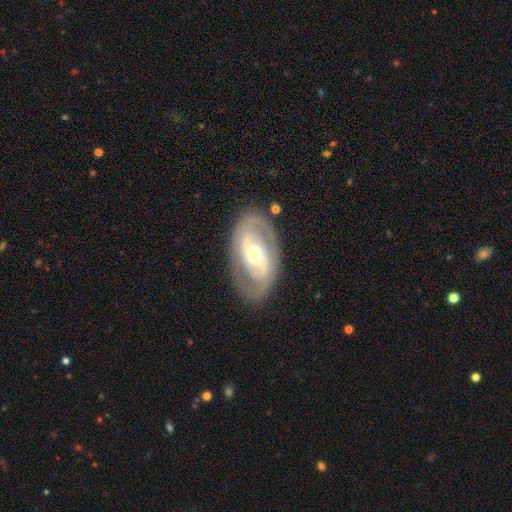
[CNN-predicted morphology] A featured or disk galaxy (80%) with a weak bar (38%), 2 (78%) tight (47%) spiral arms (75%) and a moderate central bulge (68%). Merging: none (81%).